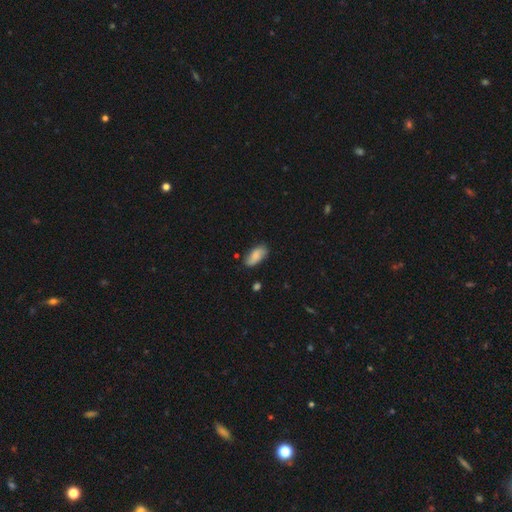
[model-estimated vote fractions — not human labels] The model was most divided on "merging": none: 75%, minor disturbance: 20%, major disturbance: 3%, merger: 2%. More confident: how rounded — in between (89%); smooth or featured — smooth (79%).